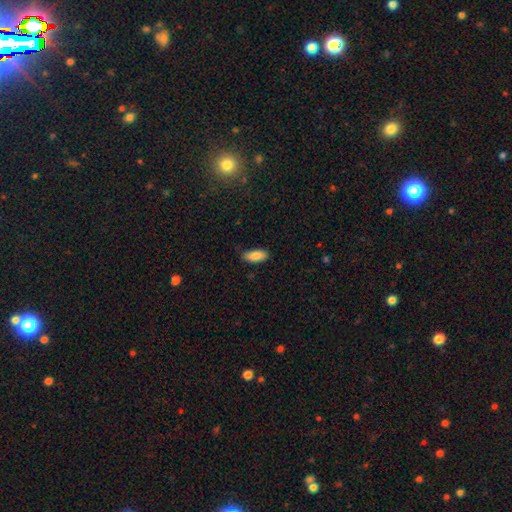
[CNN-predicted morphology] smooth 87%, star or artifact 7%, featured or disk 7%. Down the decision tree: how rounded — in between (83%); merging — none (82%).